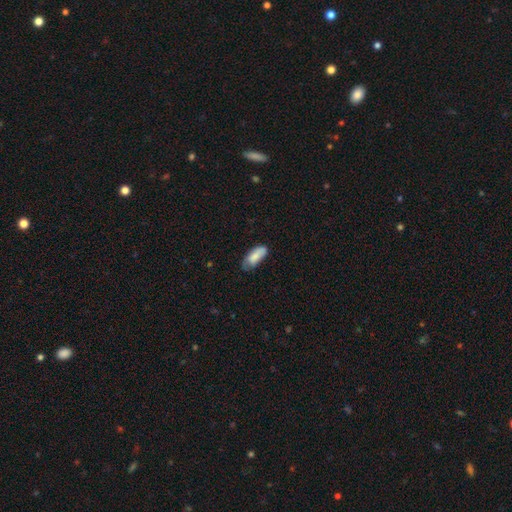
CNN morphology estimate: This is clearly a smooth galaxy (80%). How rounded: clearly in between (81%). Merging: possibly none (53%).